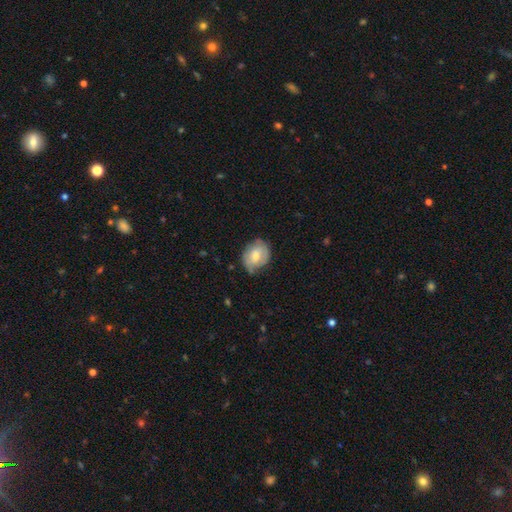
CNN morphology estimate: type=smooth (60%); roundness=in between (54%); merging=none (63%).